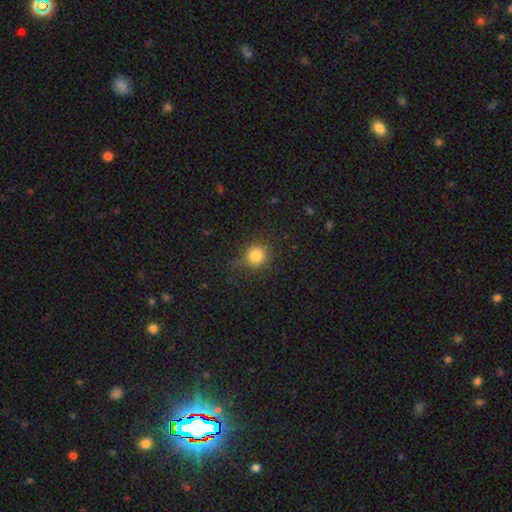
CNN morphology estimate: Smooth or featured? smooth (82%)
How rounded? round (89%)
Merging? none (78%)